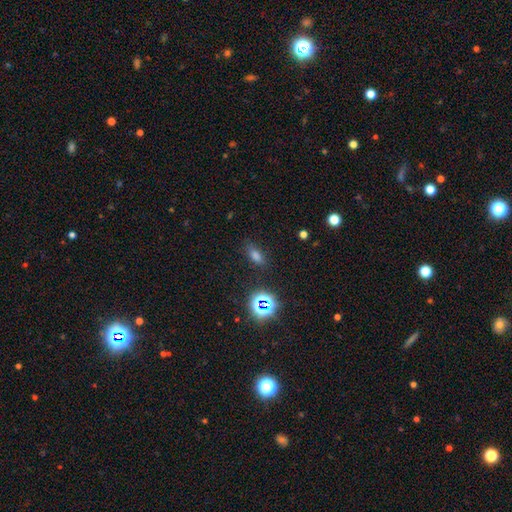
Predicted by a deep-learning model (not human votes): A smooth galaxy with no disk features (65%) that is in between round and cigar-shaped (73%).

Vote fractions:
- Smooth or featured? smooth: 65% / star or artifact: 26% / featured or disk: 9%
- How rounded? in between: 73% / cigar-shaped: 16% / round: 11%
- Merging? none: 82% / minor disturbance: 12% / major disturbance: 4% / merger: 2%